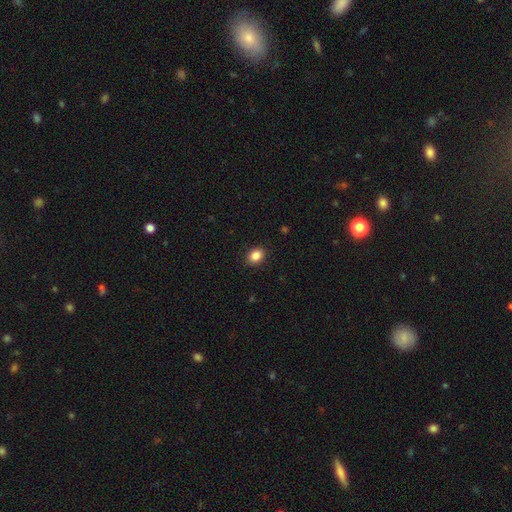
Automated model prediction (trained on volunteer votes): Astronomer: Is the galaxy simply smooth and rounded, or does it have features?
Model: smooth — 86%.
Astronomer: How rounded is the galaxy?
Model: in between — 57% (runner-up: round, 42%).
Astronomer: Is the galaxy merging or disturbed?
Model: none — 89%.